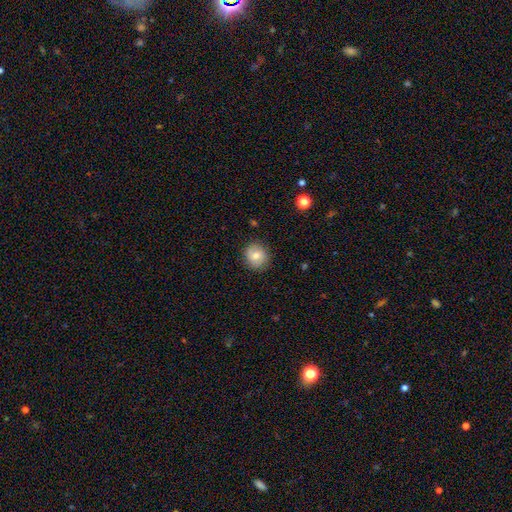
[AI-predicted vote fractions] smooth 71%, featured or disk 21%, star or artifact 9%. Down the decision tree: how rounded — round (86%); merging — none (86%).